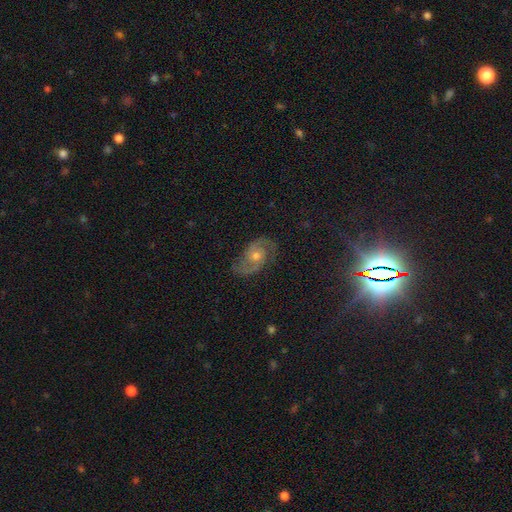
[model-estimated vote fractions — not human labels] This appears to be a featured or disk galaxy (82%) with no bar (69%), 2 (89%) medium (52%) spiral arms (96%) and a moderate central bulge (66%). Merging: none (78%).